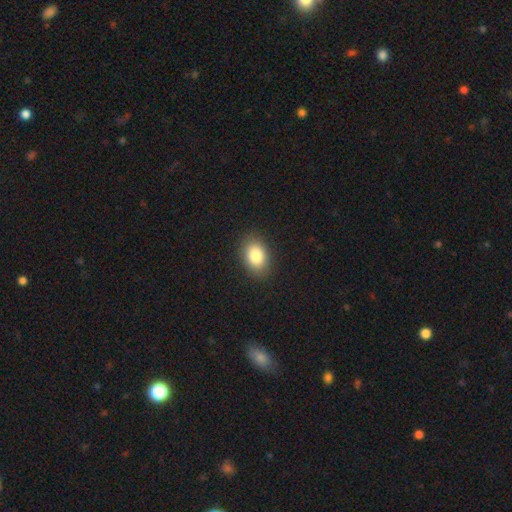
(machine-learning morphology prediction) Smooth or featured?
  - smooth: 84% *
  - star or artifact: 8%
  - featured or disk: 8%
How rounded?
  - in between: 80% *
  - round: 19%
  - cigar-shaped: 1%
Merging?
  - none: 88% *
  - minor disturbance: 9%
  - major disturbance: 2%
  - merger: 1%